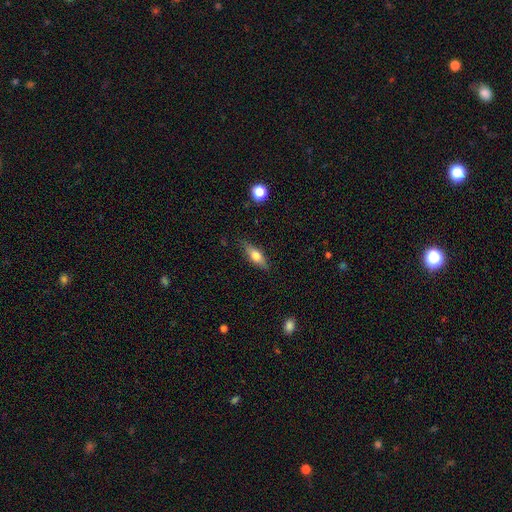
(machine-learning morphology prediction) smooth-or-featured: smooth: 56% | featured or disk: 36% | star or artifact: 7%
  how-rounded: in between: 53% | cigar-shaped: 43% | round: 4%
  merging: none: 83% | minor disturbance: 13% | major disturbance: 3% | merger: 1%